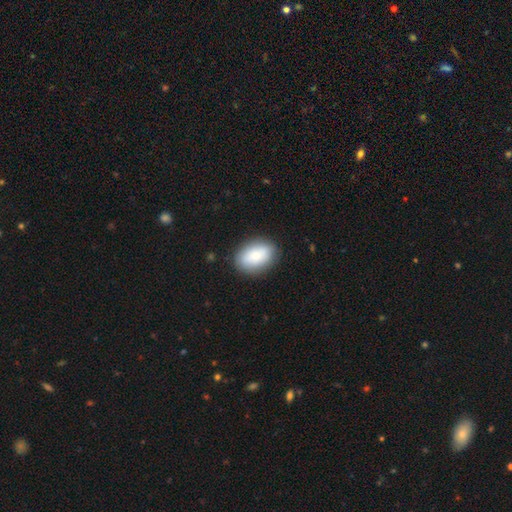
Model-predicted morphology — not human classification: A smooth galaxy with no disk features (83%) that is in between round and cigar-shaped (87%). Merging: none (85%).